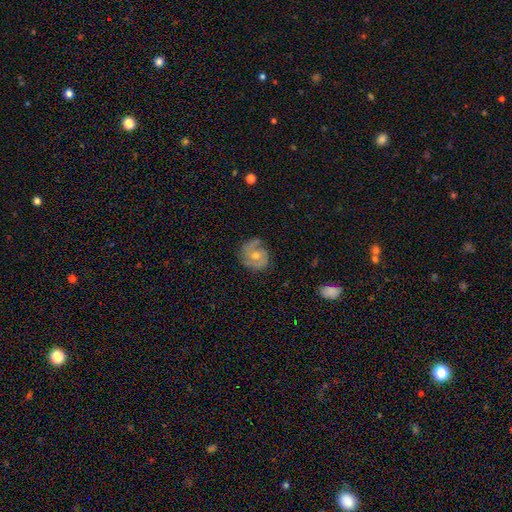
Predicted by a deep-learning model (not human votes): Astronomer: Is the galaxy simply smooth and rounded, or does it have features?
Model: featured or disk — 74%.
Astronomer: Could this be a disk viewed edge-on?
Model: no — 97%.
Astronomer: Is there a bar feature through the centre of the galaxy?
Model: no — 67%.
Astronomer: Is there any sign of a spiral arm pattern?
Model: yes — 92%.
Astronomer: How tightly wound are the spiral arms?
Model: tight — 49% (runner-up: medium, 38%).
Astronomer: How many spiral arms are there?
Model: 2 — 59%.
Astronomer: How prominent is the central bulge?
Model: moderate — 55% (runner-up: small, 41%).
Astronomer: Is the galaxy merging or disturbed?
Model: none — 72%.